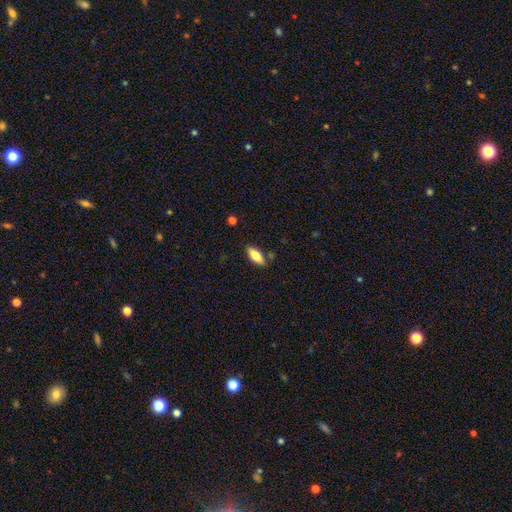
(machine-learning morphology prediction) Smooth or featured: smooth — 76% (featured or disk — 18%)
How rounded: in between — 76% (cigar-shaped — 22%)
Merging: none — 83% (minor disturbance — 12%)